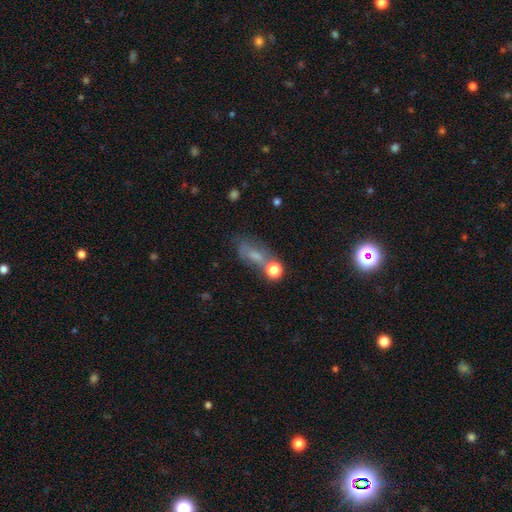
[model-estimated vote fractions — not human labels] smooth-or-featured: smooth: 44% | featured or disk: 30% | star or artifact: 26%
  merging: none: 46% | minor disturbance: 20% | merger: 20% | major disturbance: 14%